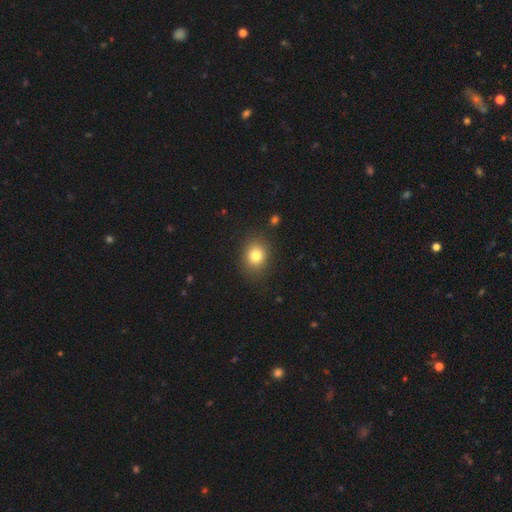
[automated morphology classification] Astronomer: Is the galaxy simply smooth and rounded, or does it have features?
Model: smooth — 80%.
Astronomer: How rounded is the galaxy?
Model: round — 62%.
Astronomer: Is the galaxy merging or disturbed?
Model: none — 83%.